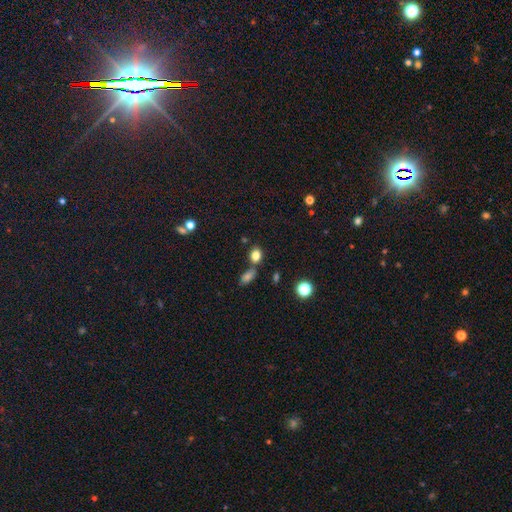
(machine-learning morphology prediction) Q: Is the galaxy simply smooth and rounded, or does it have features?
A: smooth — 80%.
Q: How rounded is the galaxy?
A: in between — 61%.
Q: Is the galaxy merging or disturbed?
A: none — 59%.